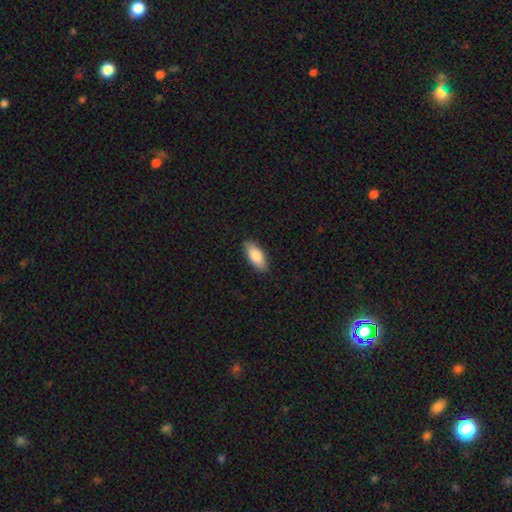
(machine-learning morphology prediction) Smooth or featured? Predicted: smooth (p=0.81). How rounded? Predicted: in between (p=0.84). Merging? Predicted: none (p=0.87).